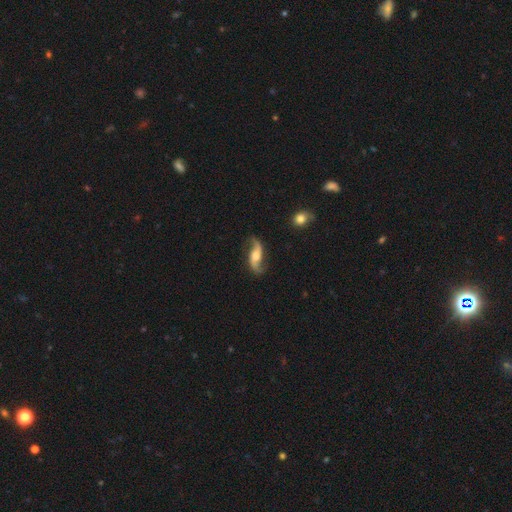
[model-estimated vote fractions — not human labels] A featured or disk galaxy (85%) with no bar (49%), 2 (93%) loose (81%) spiral arms (96%) and a moderate central bulge (54%).

Vote fractions:
- Smooth or featured? featured or disk: 85% / smooth: 10% / star or artifact: 5%
- Edge-on disk? no: 93% / yes: 7%
- Bar? no: 49% / weak: 34% / strong: 17%
- Spiral arms? yes: 96% / no: 4%
- Spiral winding? loose: 81% / medium: 15% / tight: 4%
- Spiral arm count? 2: 93% / can't tell: 2% / 1: 2% / 3: 1% / 4: 1% / more than 4: 1%
- Bulge size? moderate: 54% / large: 21% / small: 18% / none: 5% / dominant: 3%
- Merging? none: 78% / minor disturbance: 14% / major disturbance: 6% / merger: 2%